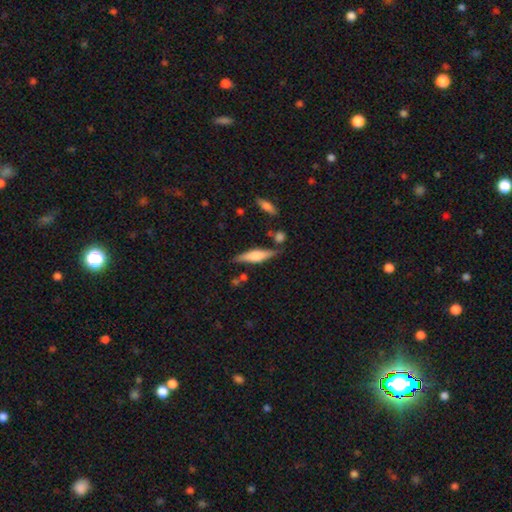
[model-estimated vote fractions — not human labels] smooth_or_featured: smooth (p=0.48) [alt: featured or disk p=0.46]
merging: none (p=0.76) [alt: minor disturbance p=0.15]